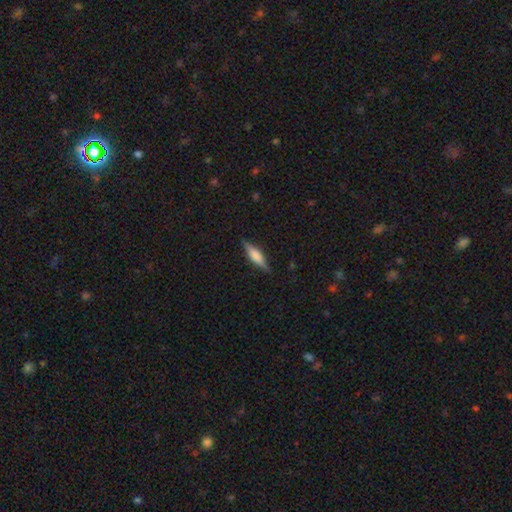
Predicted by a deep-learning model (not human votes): This appears to be a smooth galaxy with no disk features (47%). Merging: none (86%).